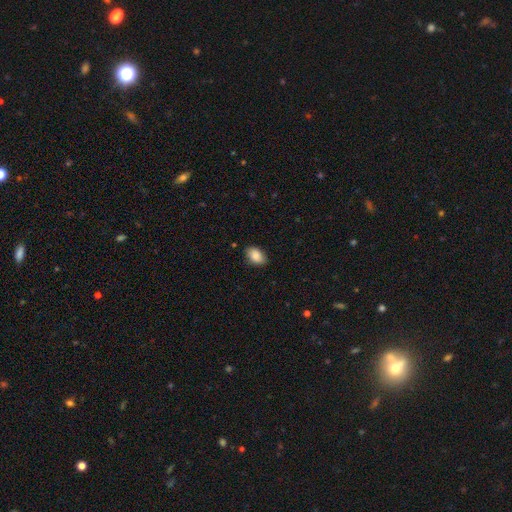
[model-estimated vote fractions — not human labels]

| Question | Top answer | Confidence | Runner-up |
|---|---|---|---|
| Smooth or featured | smooth | 87% | star or artifact (7%) |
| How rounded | in between | 88% | round (10%) |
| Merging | none | 85% | minor disturbance (12%) |